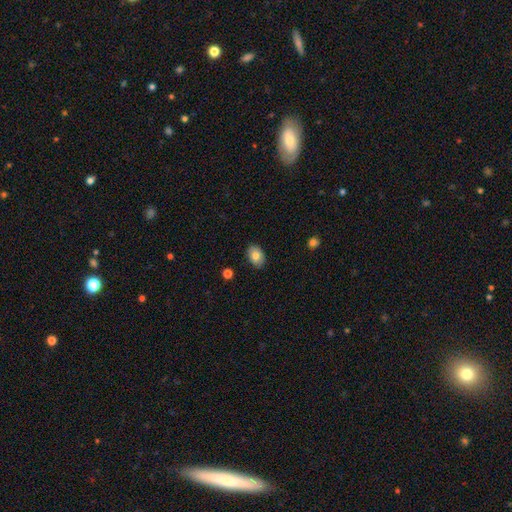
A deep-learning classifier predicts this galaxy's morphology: The model was most divided on "how rounded": in between: 80%, round: 19%, cigar-shaped: 1%. More confident: merging — none (87%); smooth or featured — smooth (79%).